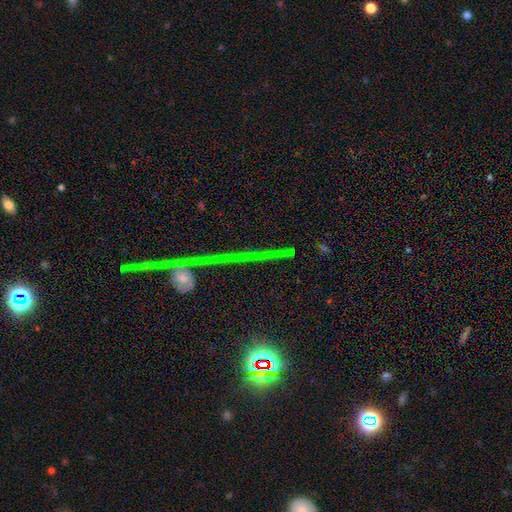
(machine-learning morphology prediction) Smooth or featured? Predicted: star or artifact (p=0.67).